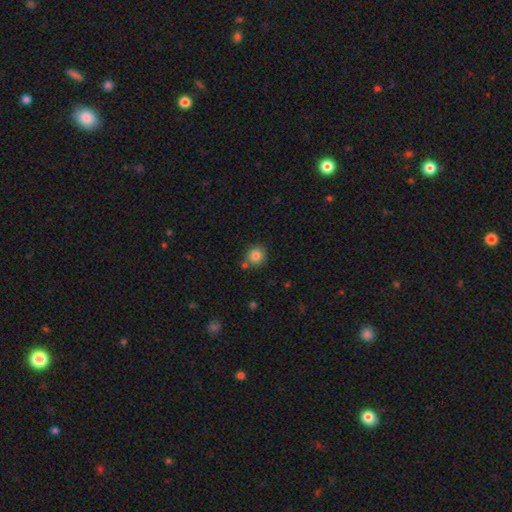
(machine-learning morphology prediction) smooth 84%, star or artifact 11%, featured or disk 5%. Down the decision tree: how rounded — round (91%); merging — none (77%).